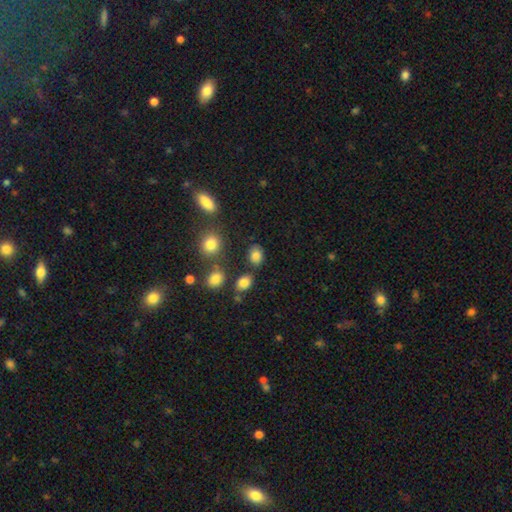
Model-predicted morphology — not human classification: Smooth or featured? smooth (82%)
How rounded? in between (65%)
Merging? none (74%)